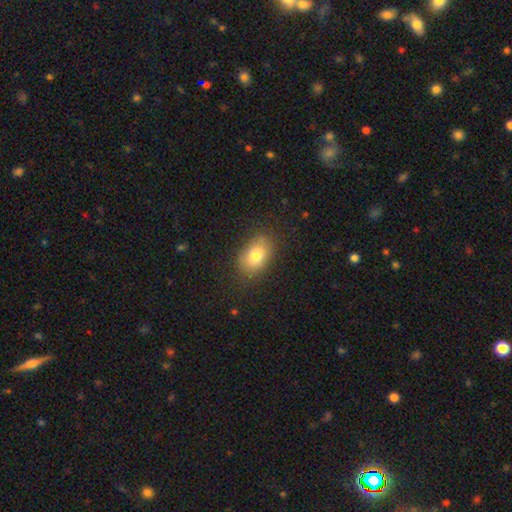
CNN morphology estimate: This is likely a smooth galaxy (79%). How rounded: clearly in between (84%). Merging: clearly none (82%).